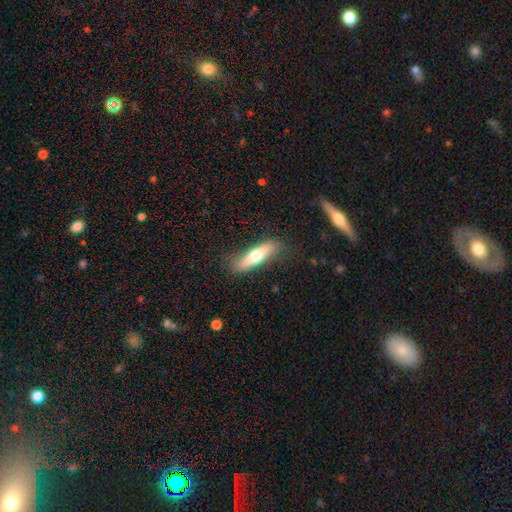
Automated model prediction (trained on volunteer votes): smooth_or_featured: smooth (p=0.59) [alt: featured or disk p=0.36]
how_rounded: cigar-shaped (p=0.71) [alt: in between p=0.26]
merging: none (p=0.80) [alt: minor disturbance p=0.14]